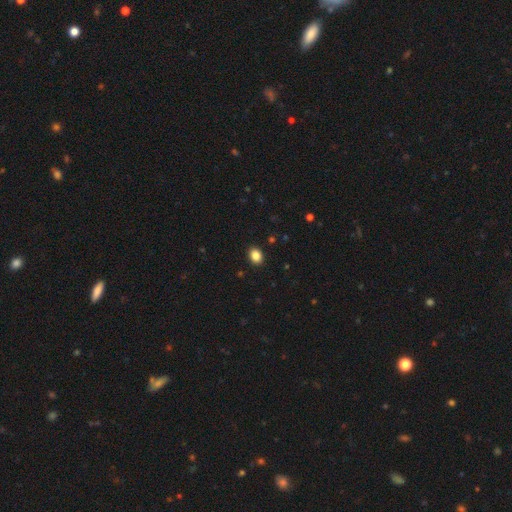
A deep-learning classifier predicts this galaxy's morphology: This is clearly a smooth galaxy (87%). How rounded: likely in between (60%). Merging: clearly none (91%).